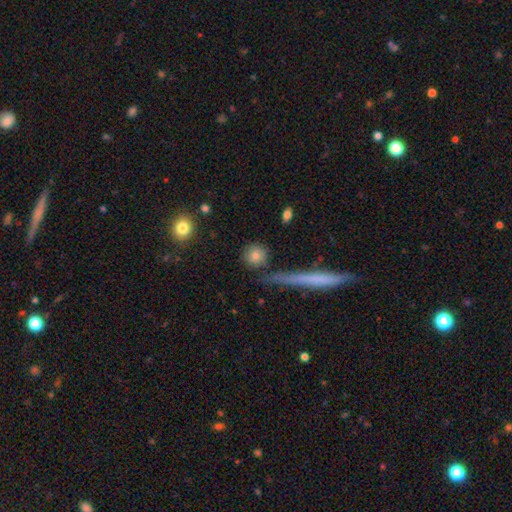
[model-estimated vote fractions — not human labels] Smooth or featured? Predicted: smooth (p=0.80). How rounded? Predicted: round (p=0.89). Merging? Predicted: none (p=0.81).